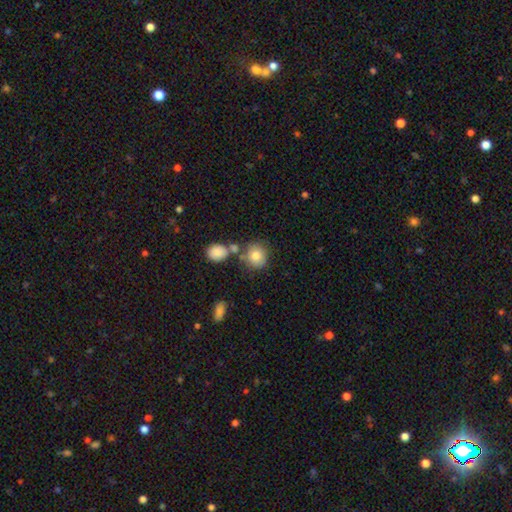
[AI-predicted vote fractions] Smooth or featured: smooth — 81% (featured or disk — 10%)
How rounded: round — 81% (in between — 18%)
Merging: none — 64% (merger — 18%)